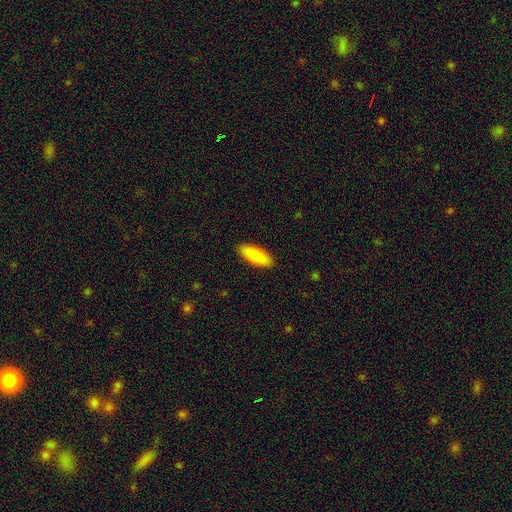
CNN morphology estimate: Overall: smooth (86%). How rounded: in between (70%). Merging: none (89%).